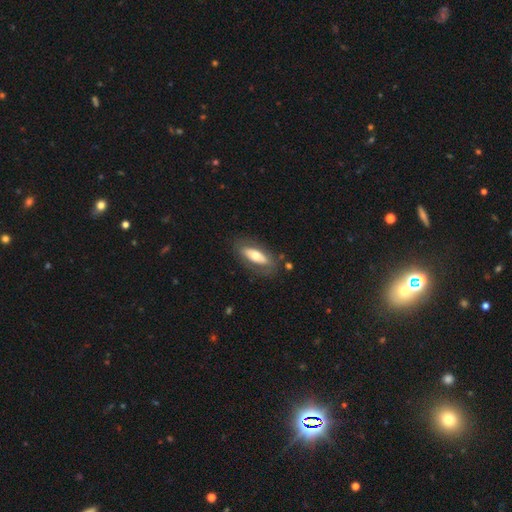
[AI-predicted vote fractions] This appears to be a smooth galaxy with no disk features (53%) that is in between round and cigar-shaped (74%). Merging: none (77%).